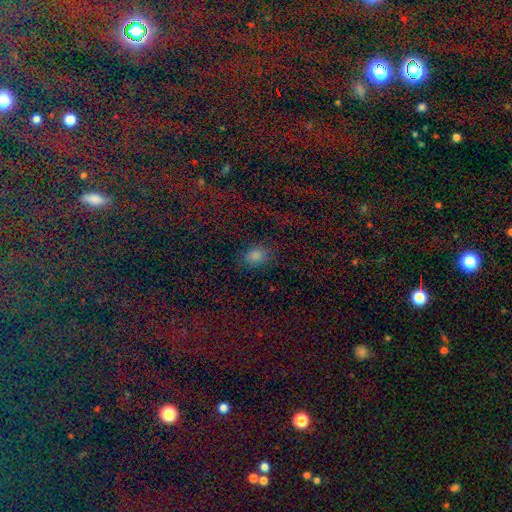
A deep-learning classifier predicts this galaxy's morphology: Smooth or featured?
  - smooth: 72% *
  - star or artifact: 21%
  - featured or disk: 7%
How rounded?
  - in between: 69% *
  - round: 29%
  - cigar-shaped: 2%
Merging?
  - none: 78% *
  - minor disturbance: 14%
  - major disturbance: 6%
  - merger: 2%